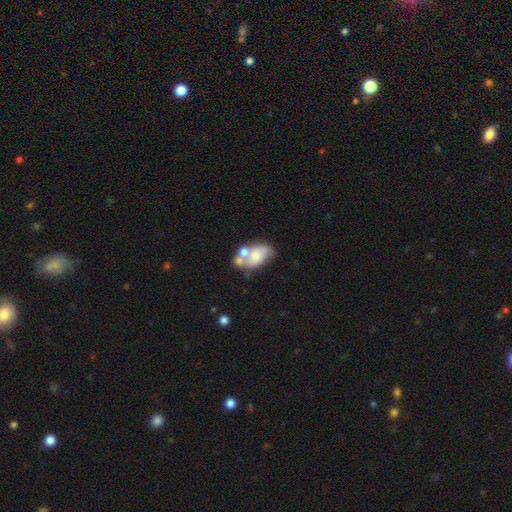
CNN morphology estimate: Smooth or featured: smooth — 46% (tied with featured or disk — 46%)
Merging: merger — 44% (none — 27%)